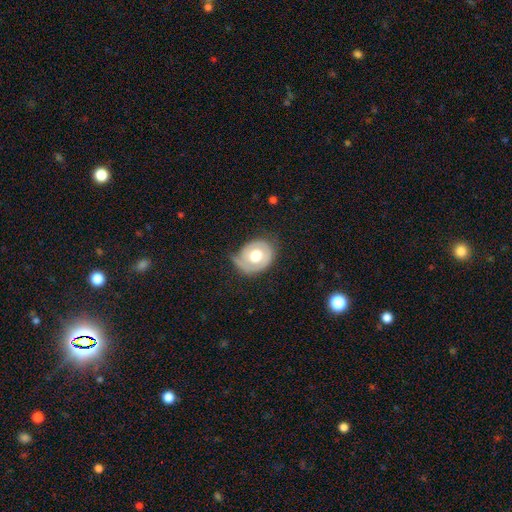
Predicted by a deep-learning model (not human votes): Smooth or featured: featured or disk — 51% (smooth — 43%)
Edge-on disk: no — 95% (yes — 5%)
Merging: none — 53% (minor disturbance — 32%)